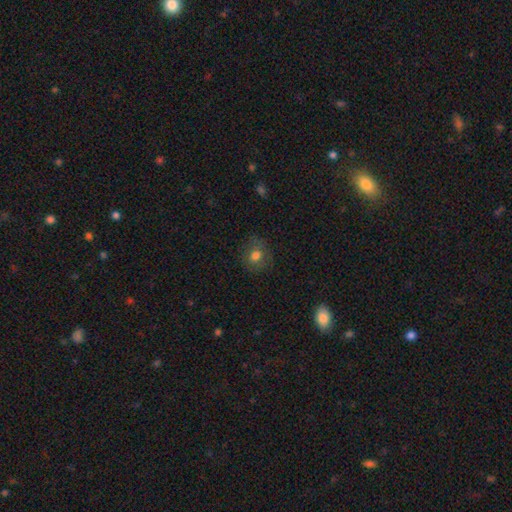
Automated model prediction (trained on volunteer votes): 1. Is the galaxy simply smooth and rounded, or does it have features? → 74% smooth, 13% featured or disk, 12% star or artifact.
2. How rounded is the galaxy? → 69% round, 30% in between, 1% cigar-shaped.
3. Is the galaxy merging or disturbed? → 79% none, 14% minor disturbance, 5% major disturbance, 1% merger.